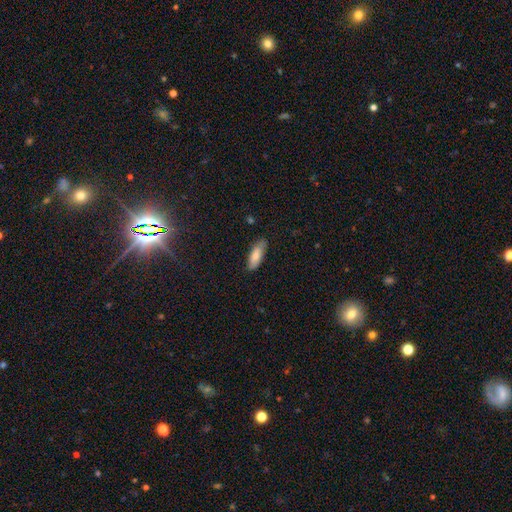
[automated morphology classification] A smooth galaxy with no disk features (79%) that is in between round and cigar-shaped (70%).

Vote fractions:
- Smooth or featured? smooth: 79% / featured or disk: 15% / star or artifact: 6%
- How rounded? in between: 70% / cigar-shaped: 29% / round: 2%
- Merging? none: 81% / minor disturbance: 15% / major disturbance: 2% / merger: 1%